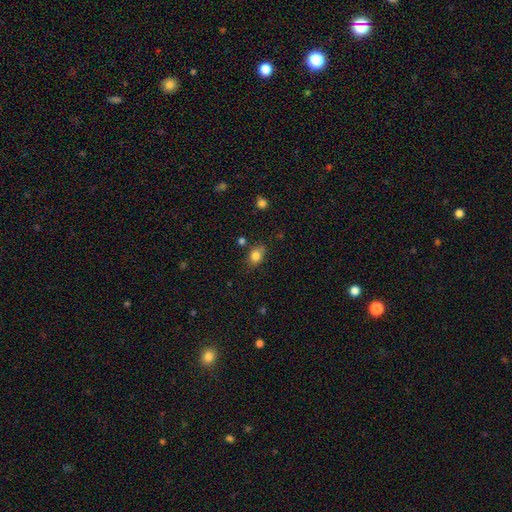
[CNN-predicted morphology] Smooth or featured: smooth — 82% (star or artifact — 10%)
How rounded: in between — 66% (round — 32%)
Merging: none — 71% (minor disturbance — 20%)